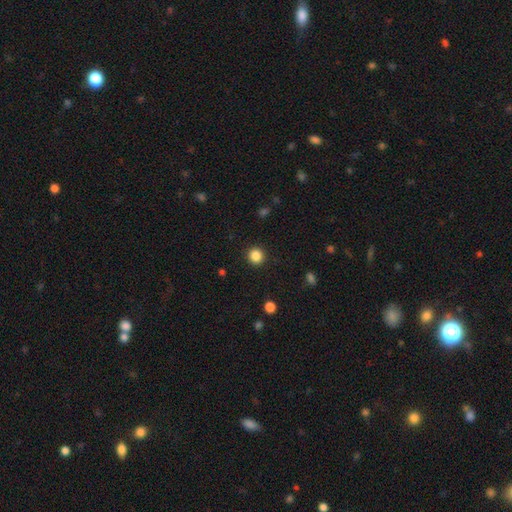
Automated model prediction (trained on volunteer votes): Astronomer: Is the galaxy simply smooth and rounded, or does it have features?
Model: smooth — 86%.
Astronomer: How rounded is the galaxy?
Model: round — 93%.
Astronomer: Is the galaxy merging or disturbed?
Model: none — 92%.